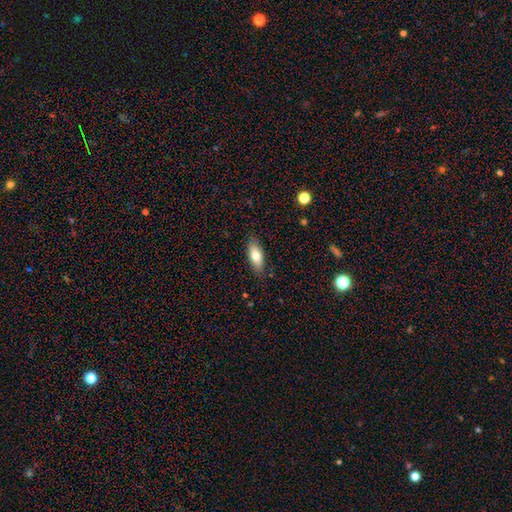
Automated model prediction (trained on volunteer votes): This is likely a smooth galaxy (77%). How rounded: likely in between (79%). Merging: clearly none (84%).